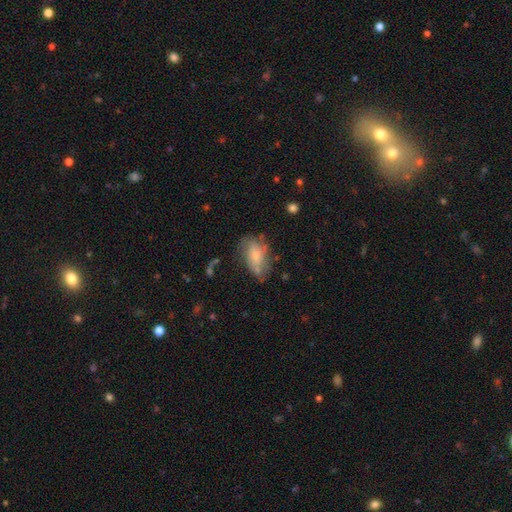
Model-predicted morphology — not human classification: This is possibly a smooth galaxy (60%). How rounded: clearly in between (89%). Merging: marginally none (42%).